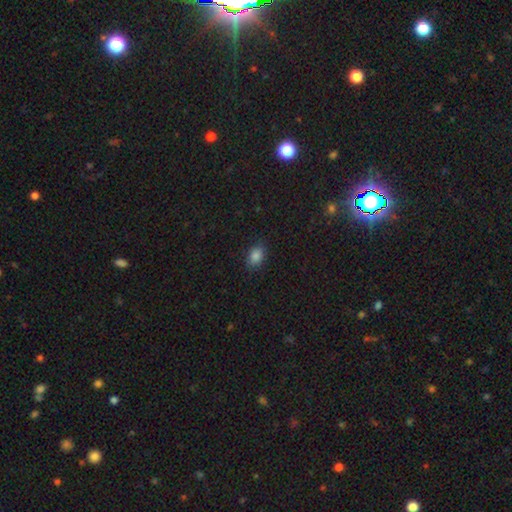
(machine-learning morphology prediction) The model was most divided on "how rounded": in between: 78%, round: 21%, cigar-shaped: 1%. More confident: merging — none (85%); smooth or featured — smooth (85%).